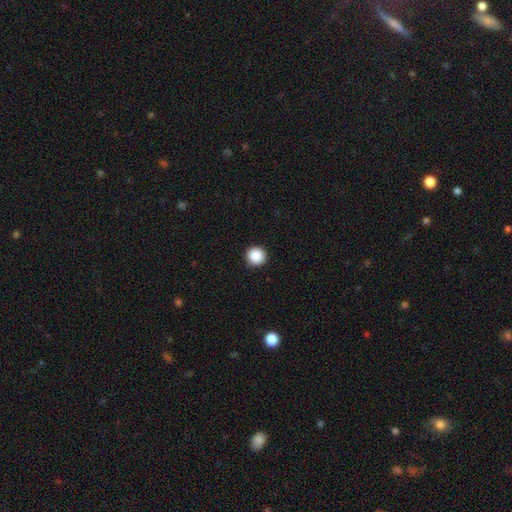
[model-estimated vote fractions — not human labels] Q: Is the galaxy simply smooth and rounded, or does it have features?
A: smooth — 88%.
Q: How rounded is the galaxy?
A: round — 96%.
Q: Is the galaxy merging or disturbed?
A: none — 93%.